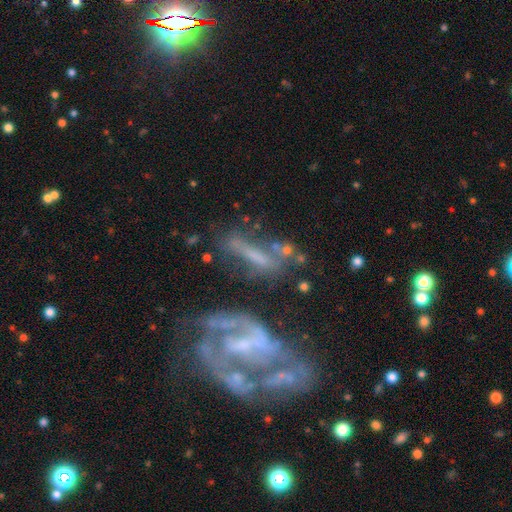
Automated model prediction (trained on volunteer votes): Morphology: type=featured or disk (59%); edge-on=no (81%); merging=none (35%).